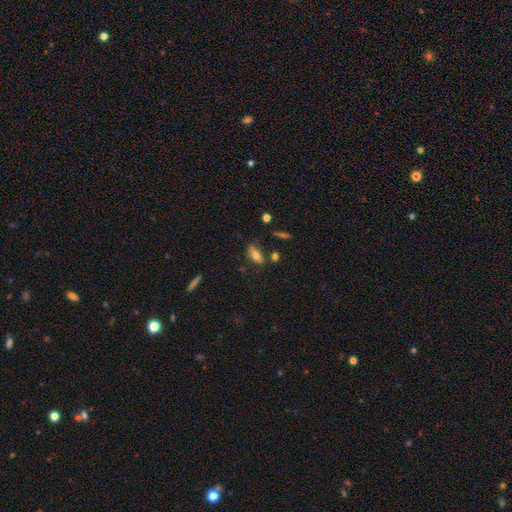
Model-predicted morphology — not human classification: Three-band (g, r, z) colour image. It shows a smooth galaxy with no disk features (68%) that is in between round and cigar-shaped (82%). Merging: none (64%).